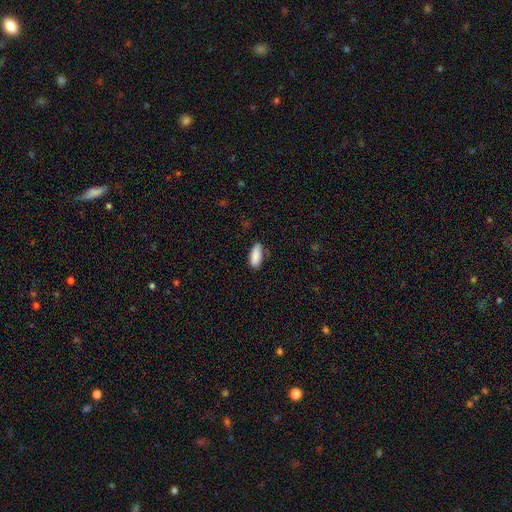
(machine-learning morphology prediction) type=smooth (89%); roundness=in between (85%); merging=none (77%).